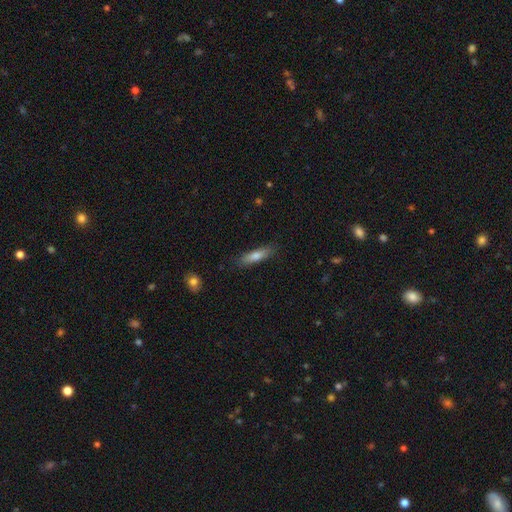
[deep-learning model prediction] smooth_or_featured: smooth (p=0.67) [alt: featured or disk p=0.25]
how_rounded: cigar-shaped (p=0.77) [alt: in between p=0.21]
merging: none (p=0.86) [alt: minor disturbance p=0.11]